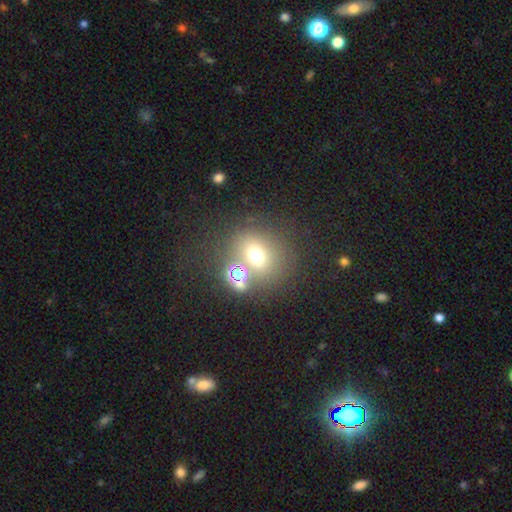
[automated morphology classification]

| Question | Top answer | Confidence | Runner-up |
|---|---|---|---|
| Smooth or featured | smooth | 63% | star or artifact (25%) |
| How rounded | round | 74% | in between (25%) |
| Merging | none | 65% | merger (19%) |